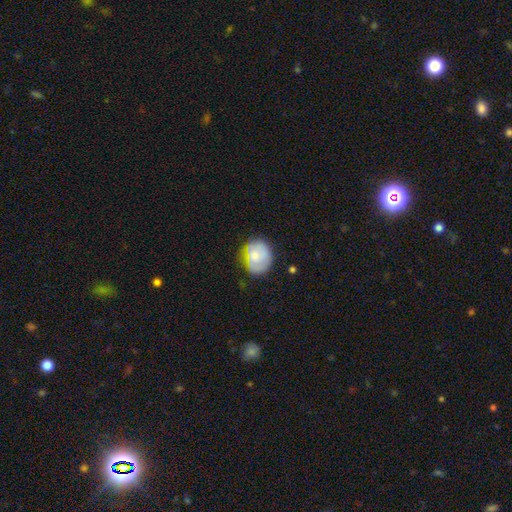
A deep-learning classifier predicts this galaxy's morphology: Smooth or featured? Predicted: smooth (p=0.68). How rounded? Predicted: round (p=0.63). Merging? Predicted: none (p=0.61).